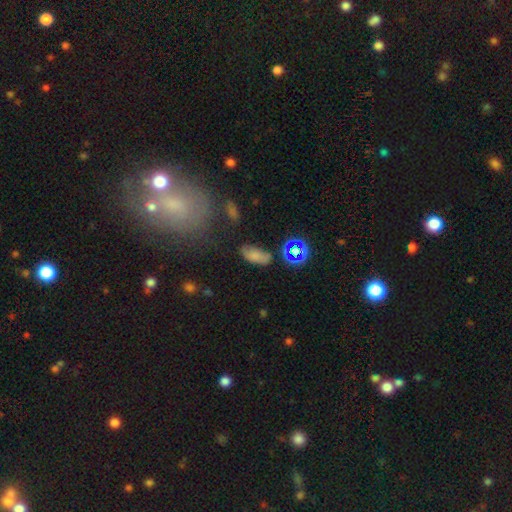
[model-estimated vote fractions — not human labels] A smooth galaxy with no disk features (69%) that is in between round and cigar-shaped (87%). Merging: none (60%).